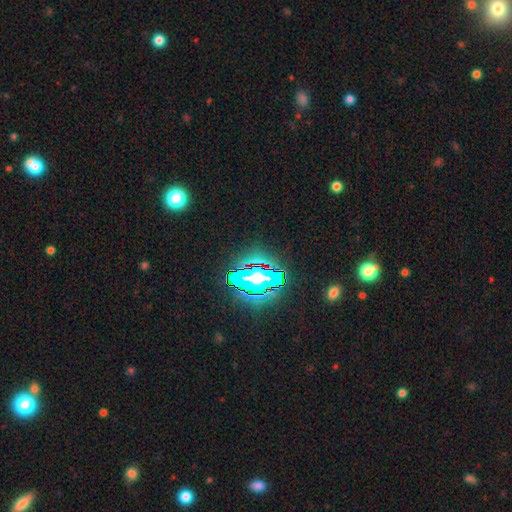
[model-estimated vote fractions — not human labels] This is likely a star or artifact rather than a galaxy (68%).